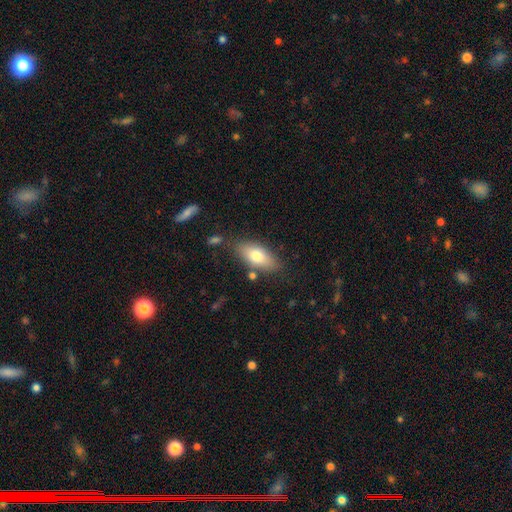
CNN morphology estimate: A smooth galaxy with no disk features (74%) that is in between round and cigar-shaped (84%). Merging: none (77%).